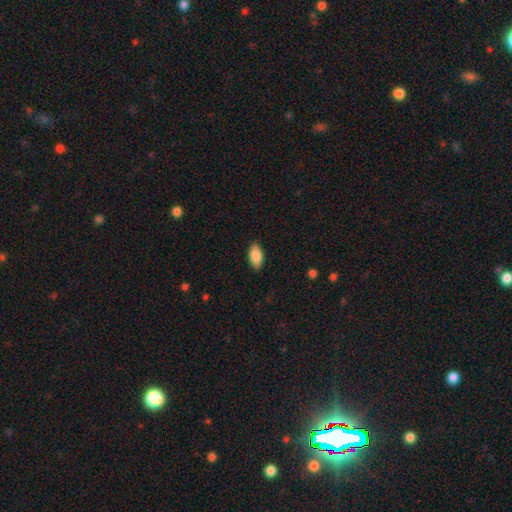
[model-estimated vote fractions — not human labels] Smooth or featured?
  - smooth: 87% *
  - featured or disk: 7%
  - star or artifact: 6%
How rounded?
  - in between: 93% *
  - cigar-shaped: 4%
  - round: 3%
Merging?
  - none: 88% *
  - minor disturbance: 9%
  - major disturbance: 2%
  - merger: 1%